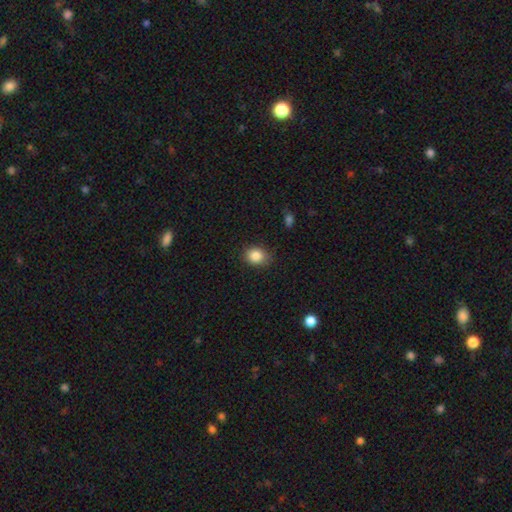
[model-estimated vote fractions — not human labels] smooth-or-featured: smooth: 86% | star or artifact: 10% | featured or disk: 5%
  how-rounded: round: 54% | in between: 45% | cigar-shaped: 1%
  merging: none: 84% | minor disturbance: 12% | major disturbance: 3% | merger: 1%